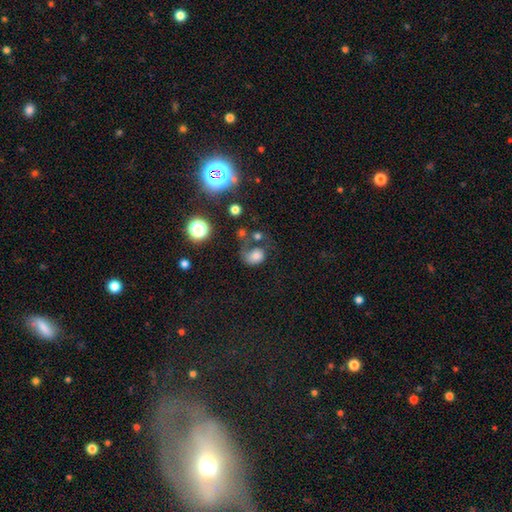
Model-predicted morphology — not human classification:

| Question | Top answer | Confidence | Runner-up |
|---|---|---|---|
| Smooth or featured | smooth | 67% | featured or disk (19%) |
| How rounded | round | 51% | in between (48%) |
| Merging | major disturbance | 36% | none (29%) |